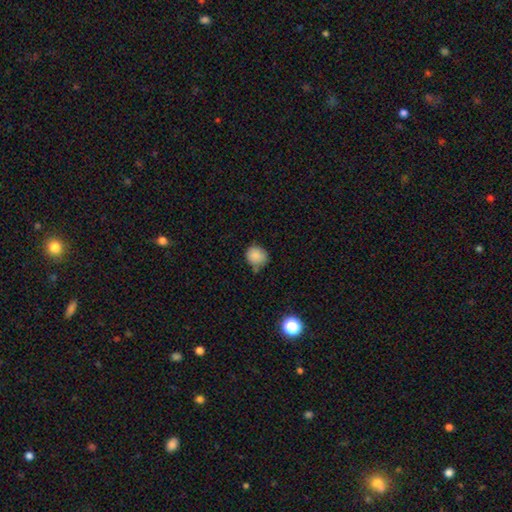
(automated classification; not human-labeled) The model was most divided on "merging": none: 64%, minor disturbance: 26%, merger: 6%, major disturbance: 5%. More confident: smooth or featured — smooth (86%); how rounded — round (82%).